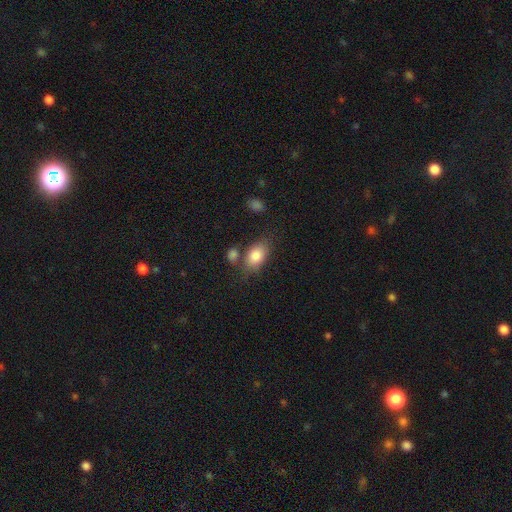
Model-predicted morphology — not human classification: This appears to be a smooth galaxy with no disk features (83%) that is in between round and cigar-shaped (85%). Merging: none (60%).